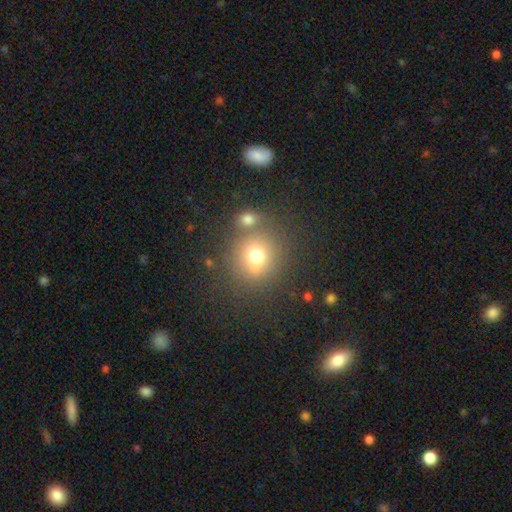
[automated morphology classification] smooth 71%, star or artifact 16%, featured or disk 13%. Down the decision tree: how rounded — round (89%); merging — none (66%).